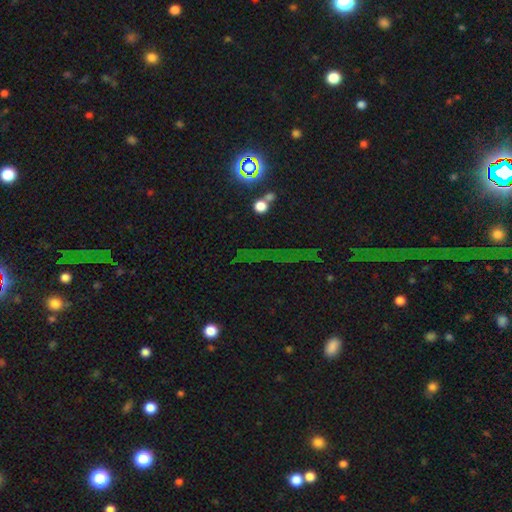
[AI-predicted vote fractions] This is likely a star or artifact rather than a galaxy (71%).